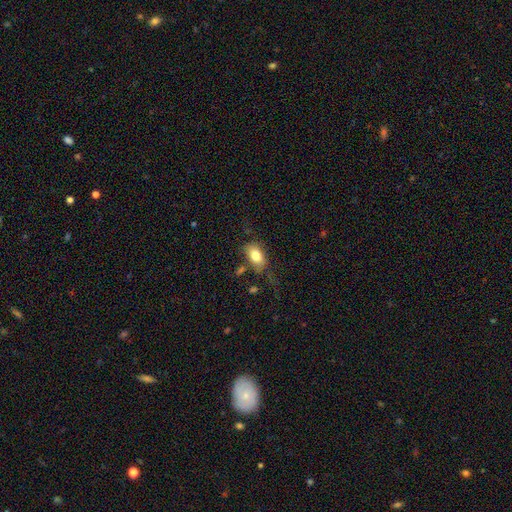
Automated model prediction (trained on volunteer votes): Smooth or featured? Predicted: smooth (p=0.80). How rounded? Predicted: in between (p=0.87). Merging? Predicted: none (p=0.56).